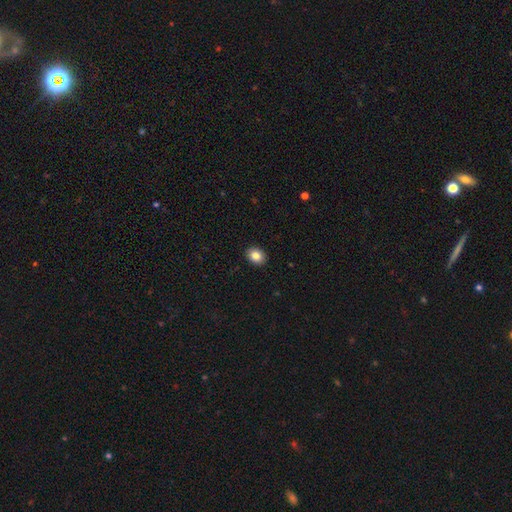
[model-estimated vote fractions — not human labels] Smooth or featured? Predicted: smooth (p=0.85). How rounded? Predicted: in between (p=0.56). Merging? Predicted: none (p=0.92).